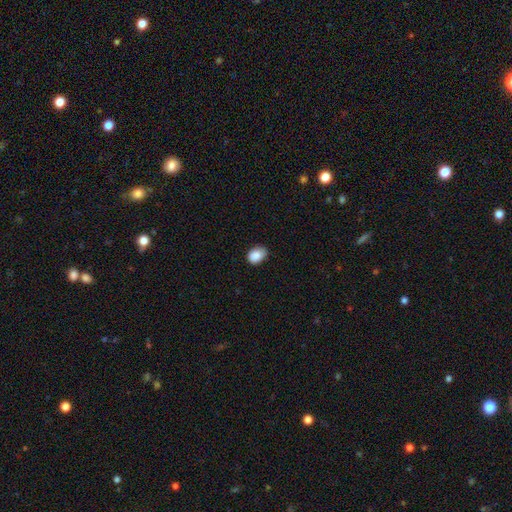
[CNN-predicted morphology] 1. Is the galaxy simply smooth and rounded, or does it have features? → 88% smooth, 8% star or artifact, 4% featured or disk.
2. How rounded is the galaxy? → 69% in between, 30% round, 1% cigar-shaped.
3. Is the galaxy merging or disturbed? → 73% none, 23% minor disturbance, 3% major disturbance, 1% merger.